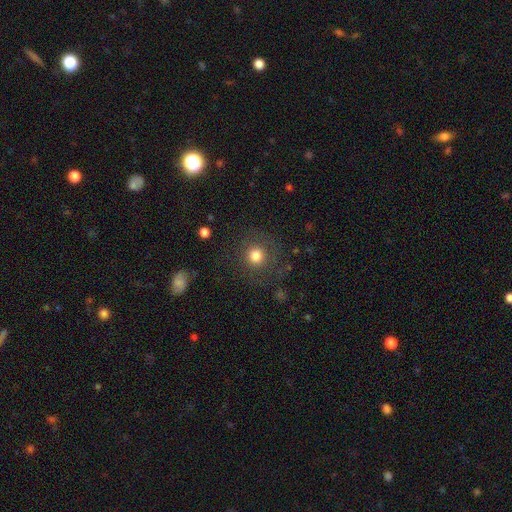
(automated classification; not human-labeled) Morphology: type=smooth (77%); roundness=round (92%); merging=none (80%).